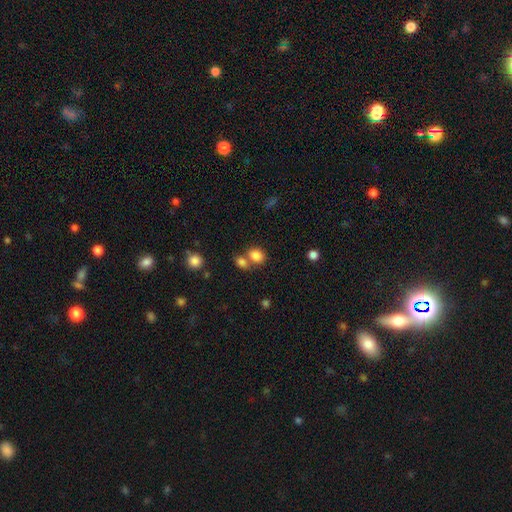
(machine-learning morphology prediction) smooth_or_featured: smooth (p=0.83) [alt: star or artifact p=0.10]
how_rounded: in between (p=0.51) [alt: round p=0.48]
merging: none (p=0.45) [alt: merger p=0.41]